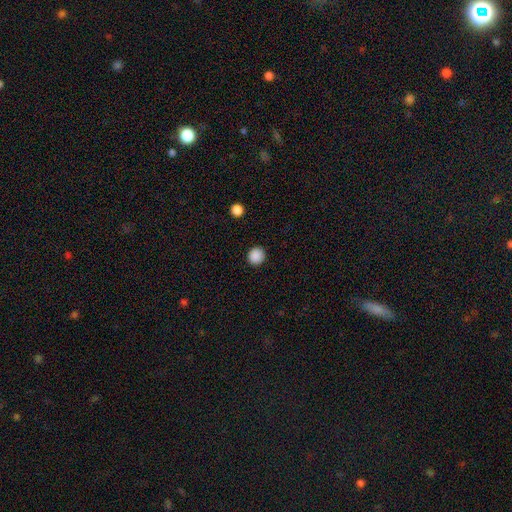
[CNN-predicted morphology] A smooth galaxy with no disk features (88%) that is round (91%). Merging: none (92%).